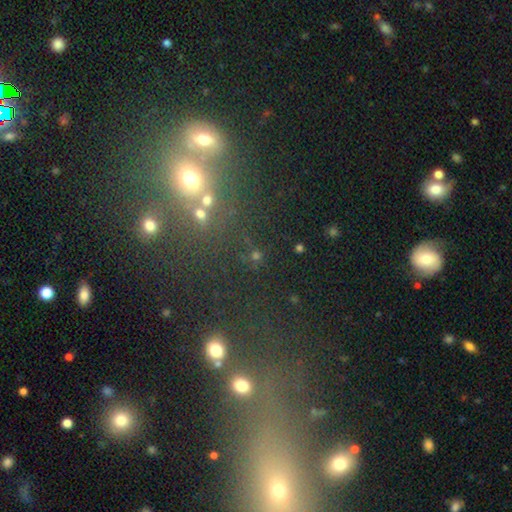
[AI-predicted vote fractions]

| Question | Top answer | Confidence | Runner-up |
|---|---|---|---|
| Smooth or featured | smooth | 47% | star or artifact (42%) |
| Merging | none | 70% | merger (13%) |